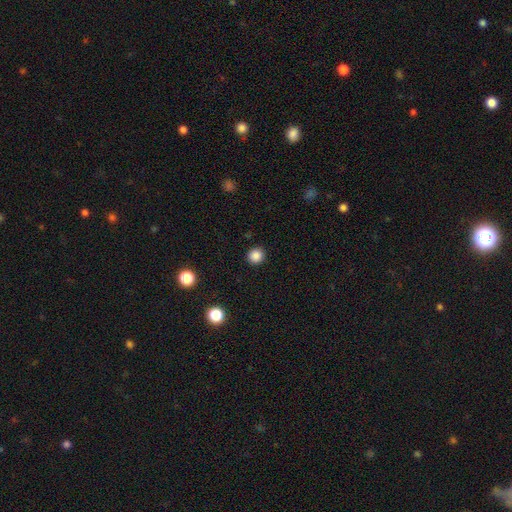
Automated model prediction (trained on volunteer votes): This appears to be a smooth galaxy with no disk features (85%) that is round (93%). Merging: none (92%).